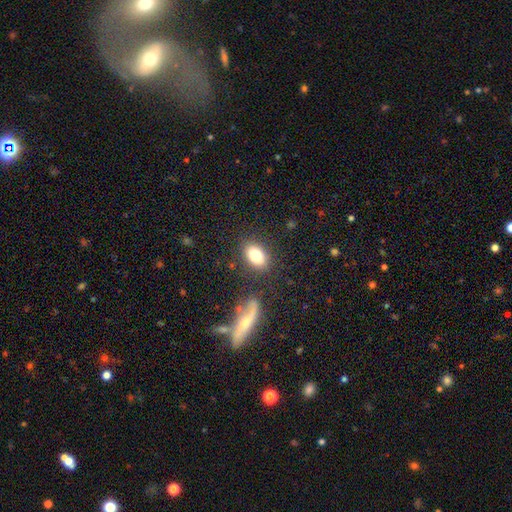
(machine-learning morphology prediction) Smooth or featured? smooth (80%)
How rounded? in between (83%)
Merging? none (80%)